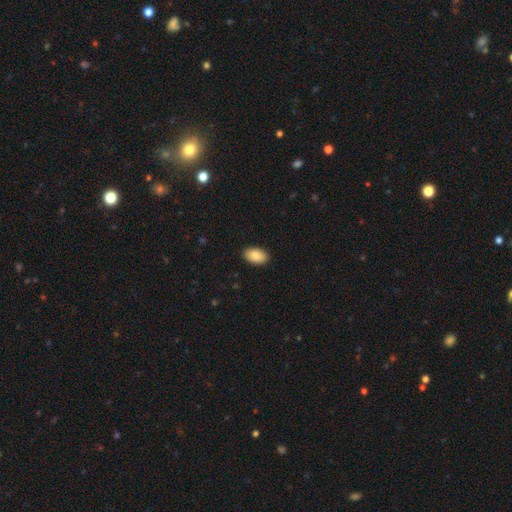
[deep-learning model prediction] Smooth or featured: smooth — 89% (star or artifact — 6%)
How rounded: in between — 95% (round — 4%)
Merging: none — 91% (minor disturbance — 7%)